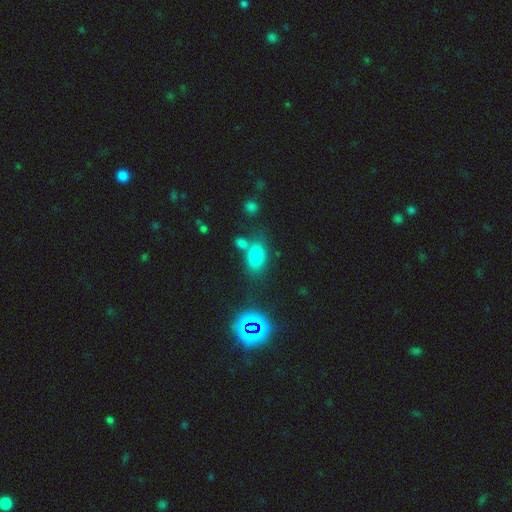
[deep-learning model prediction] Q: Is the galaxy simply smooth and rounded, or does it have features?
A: smooth — 75%.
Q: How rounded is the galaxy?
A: in between — 85%.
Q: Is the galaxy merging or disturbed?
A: none — 58%.